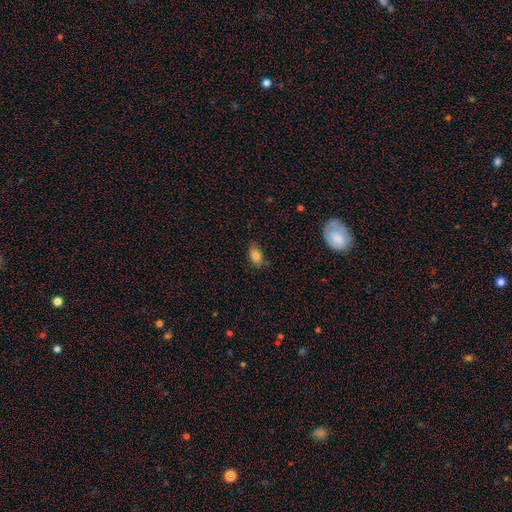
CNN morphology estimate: Overall: smooth (84%). How rounded: in between (86%). Merging: none (77%).